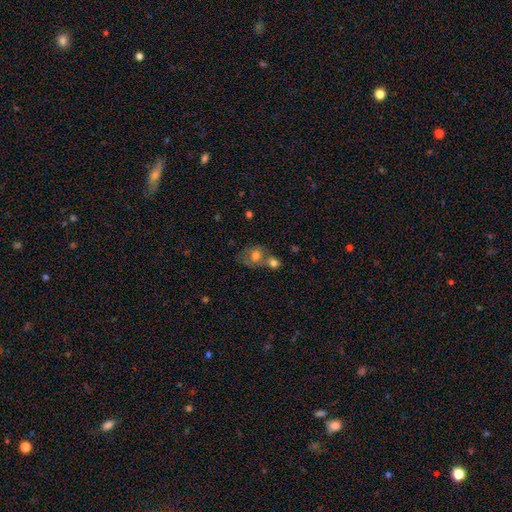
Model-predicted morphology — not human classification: This is likely a smooth galaxy (64%). How rounded: possibly round (54%). Merging: possibly merger (47%).